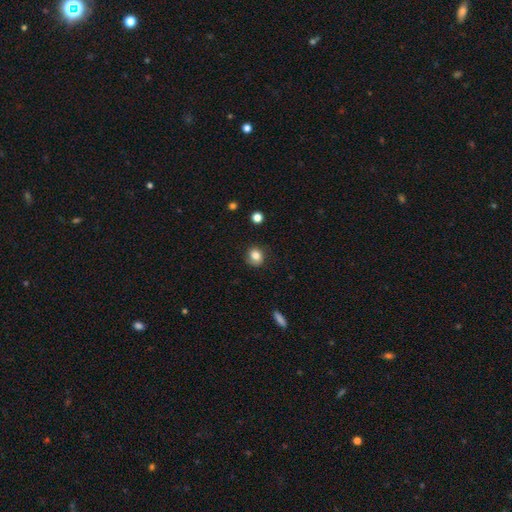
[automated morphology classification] Smooth or featured? smooth (80%)
How rounded? round (75%)
Merging? none (78%)